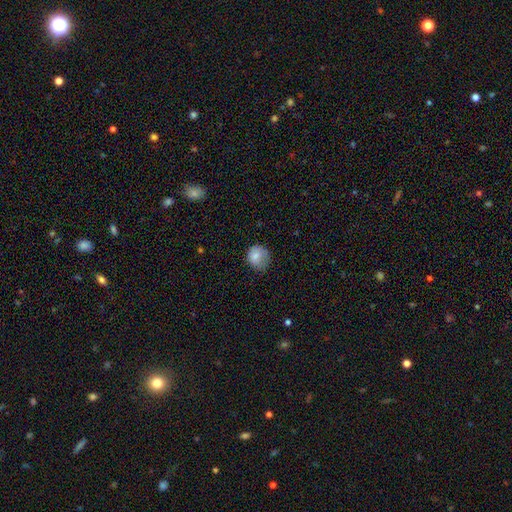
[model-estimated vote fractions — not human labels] Smooth or featured: smooth — 81% (star or artifact — 9%)
How rounded: round — 71% (in between — 28%)
Merging: none — 51% (minor disturbance — 34%)